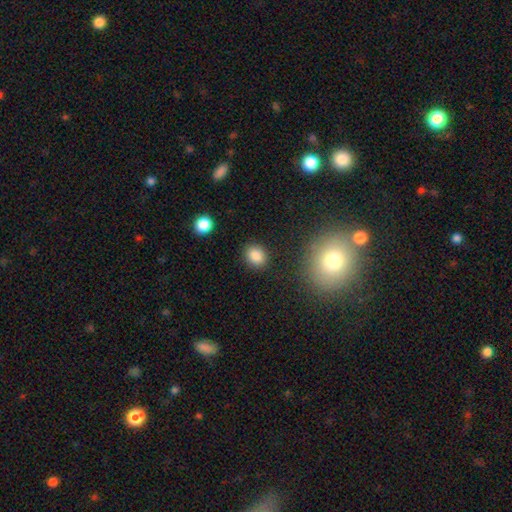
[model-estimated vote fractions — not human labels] smooth-or-featured: smooth: 85% | star or artifact: 11% | featured or disk: 4%
  how-rounded: round: 60% | in between: 39% | cigar-shaped: 1%
  merging: none: 88% | minor disturbance: 8% | major disturbance: 3% | merger: 2%